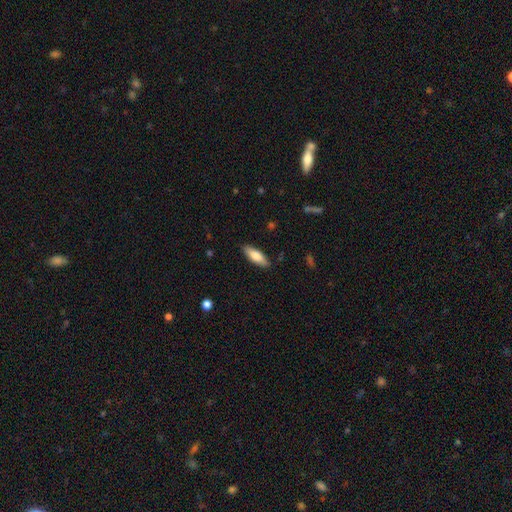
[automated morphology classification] Q: Smooth or featured?
A: smooth (76%); runner-up: featured or disk (18%)
Q: How rounded?
A: in between (59%); runner-up: cigar-shaped (39%)
Q: Merging?
A: none (87%); runner-up: minor disturbance (10%)